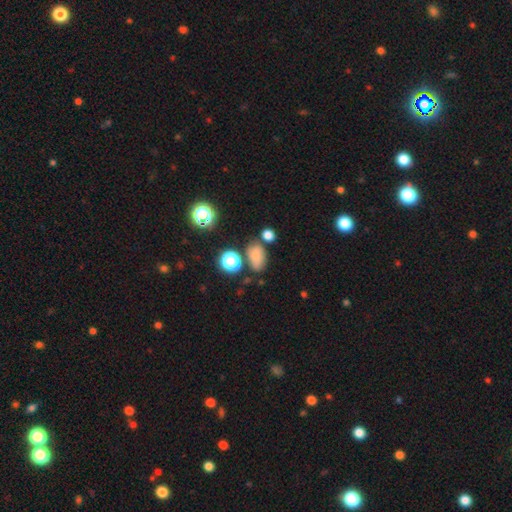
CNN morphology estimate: The model was most divided on "merging": none: 62%, minor disturbance: 19%, merger: 12%, major disturbance: 6%. More confident: how rounded — in between (82%); smooth or featured — smooth (73%).